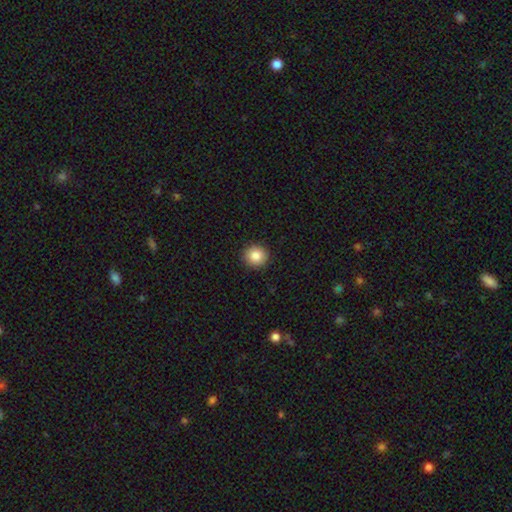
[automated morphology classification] A smooth galaxy with no disk features (86%) that is round (93%).

Vote fractions:
- Smooth or featured? smooth: 86% / star or artifact: 9% / featured or disk: 5%
- How rounded? round: 93% / in between: 6% / cigar-shaped: 1%
- Merging? none: 91% / minor disturbance: 6% / major disturbance: 2% / merger: 1%